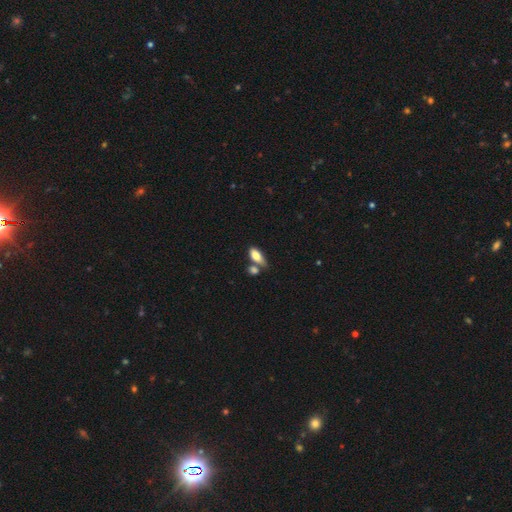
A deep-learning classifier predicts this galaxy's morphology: Overall: smooth (80%). How rounded: in between (84%). Merging: none (49%; merger 30%).